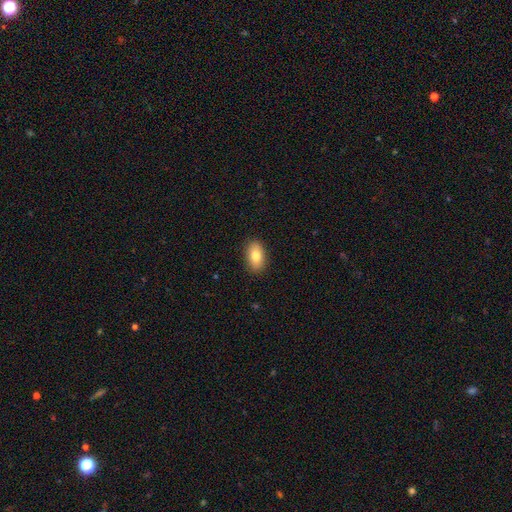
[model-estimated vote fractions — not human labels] This appears to be a smooth galaxy with no disk features (81%) that is in between round and cigar-shaped (90%). Merging: none (89%).